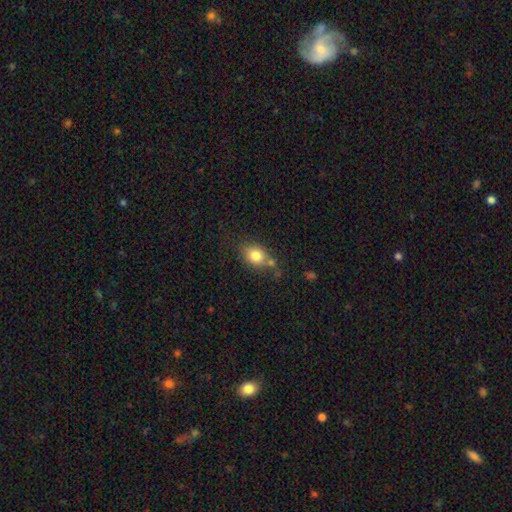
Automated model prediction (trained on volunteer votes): Overall: smooth (80%). How rounded: in between (55%; round 43%). Merging: none (62%).